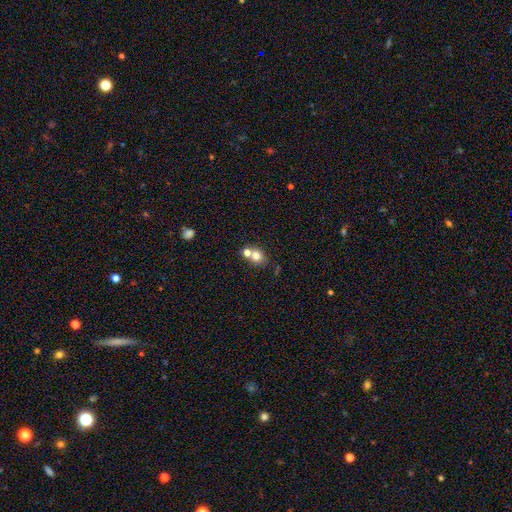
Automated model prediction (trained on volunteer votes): This is likely a smooth galaxy (74%). How rounded: likely round (69%). Merging: marginally none (45%, tied with merger).